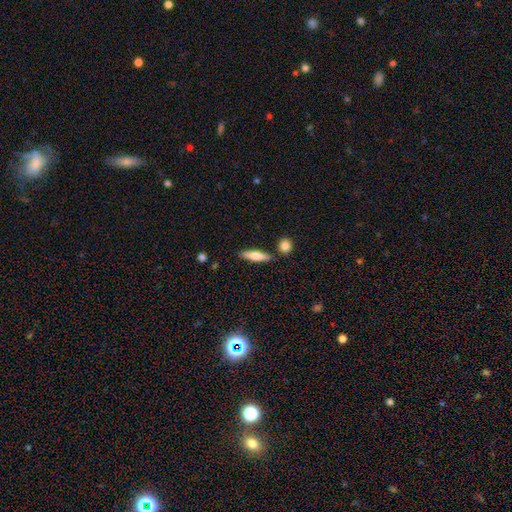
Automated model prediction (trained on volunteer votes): Morphology: type=smooth (63%); roundness=cigar-shaped (71%); merging=none (84%).